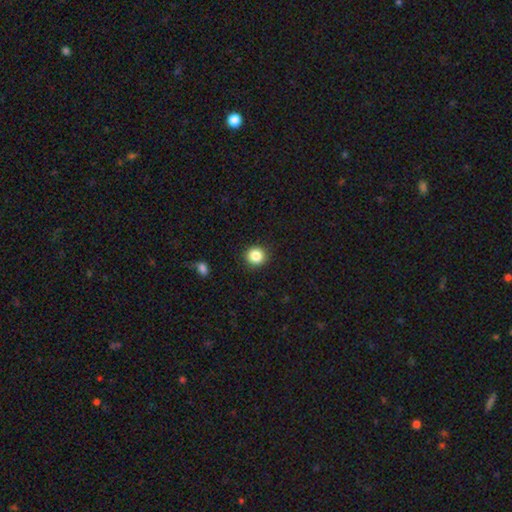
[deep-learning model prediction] Morphology: type=smooth (86%); roundness=round (92%); merging=none (91%).